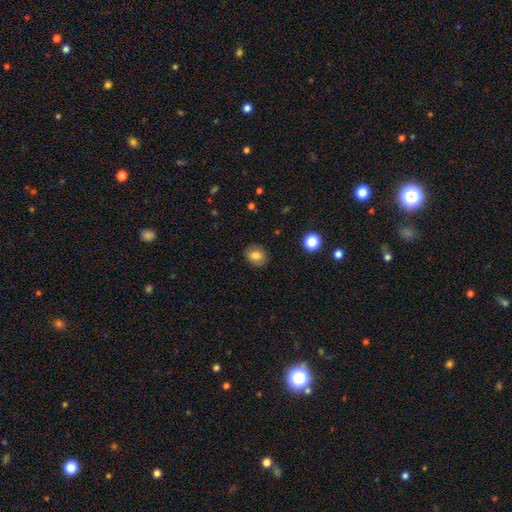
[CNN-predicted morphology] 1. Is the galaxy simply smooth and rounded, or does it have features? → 79% smooth, 11% featured or disk, 10% star or artifact.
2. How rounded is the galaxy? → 57% round, 42% in between, 1% cigar-shaped.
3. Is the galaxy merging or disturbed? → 85% none, 11% minor disturbance, 3% major disturbance, 1% merger.